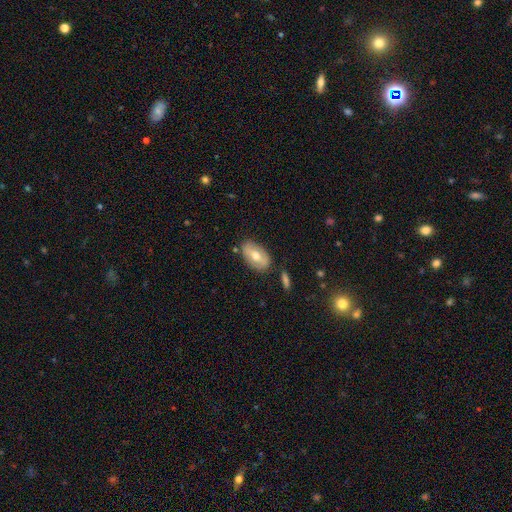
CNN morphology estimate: Smooth or featured? smooth (56%)
How rounded? in between (91%)
Merging? none (77%)